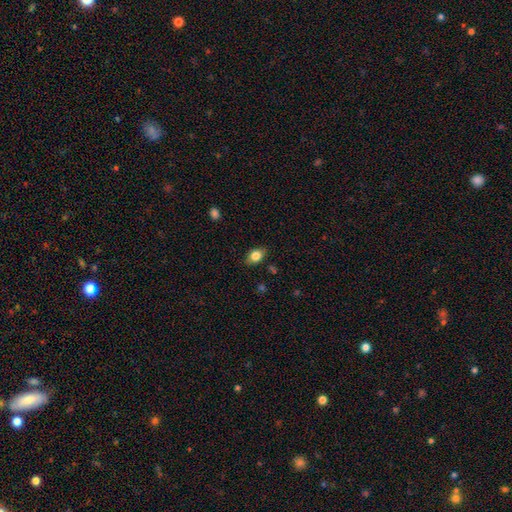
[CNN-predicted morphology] type=smooth (82%); roundness=in between (78%); merging=none (84%).